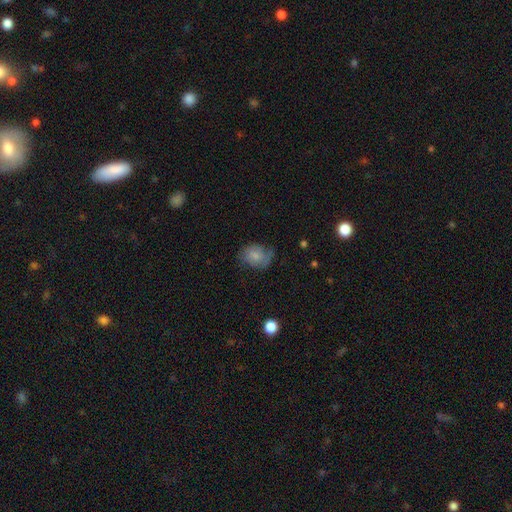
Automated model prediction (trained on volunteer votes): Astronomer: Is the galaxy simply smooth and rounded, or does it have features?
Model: smooth — 65%.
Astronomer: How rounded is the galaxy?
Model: in between — 60% (runner-up: round, 39%).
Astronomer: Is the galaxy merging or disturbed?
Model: none — 49% (runner-up: minor disturbance, 33%).